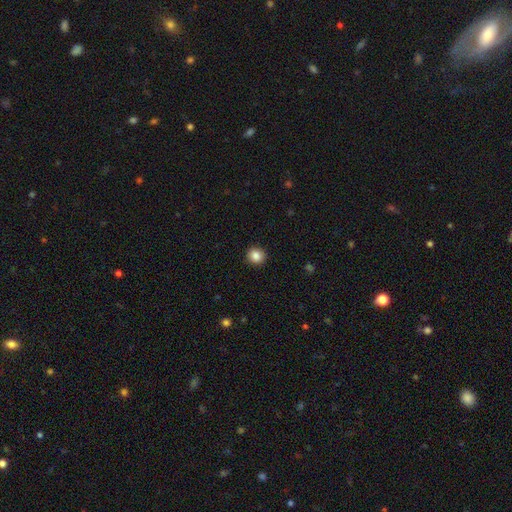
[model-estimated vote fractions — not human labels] Smooth or featured?
  - smooth: 86% *
  - star or artifact: 10%
  - featured or disk: 4%
How rounded?
  - round: 87% *
  - in between: 12%
  - cigar-shaped: 1%
Merging?
  - none: 92% *
  - minor disturbance: 6%
  - major disturbance: 2%
  - merger: 1%